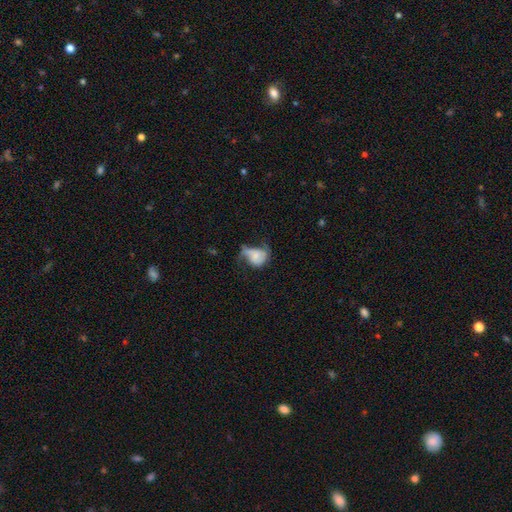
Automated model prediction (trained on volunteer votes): This appears to be a smooth galaxy with no disk features (49%). Merging: major disturbance (46%).